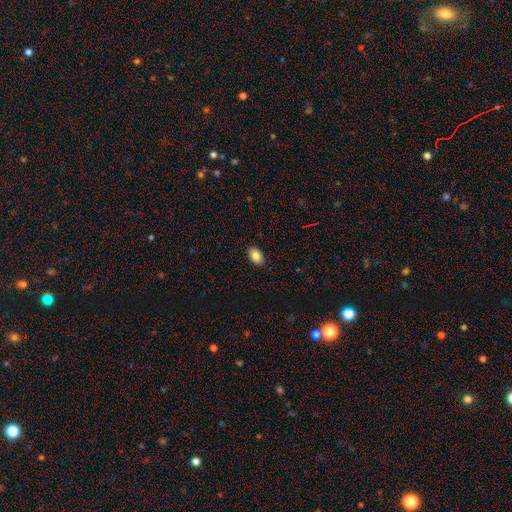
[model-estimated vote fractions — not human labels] A smooth galaxy with no disk features (86%) that is in between round and cigar-shaped (90%). Merging: none (89%).